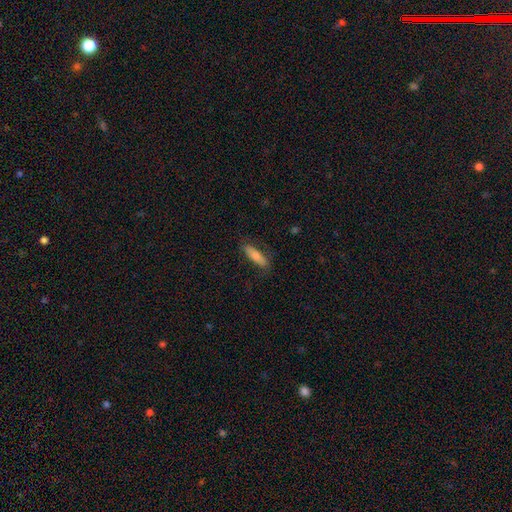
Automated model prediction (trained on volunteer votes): Smooth or featured: smooth — 70% (featured or disk — 23%)
How rounded: cigar-shaped — 67% (in between — 32%)
Merging: none — 81% (minor disturbance — 15%)